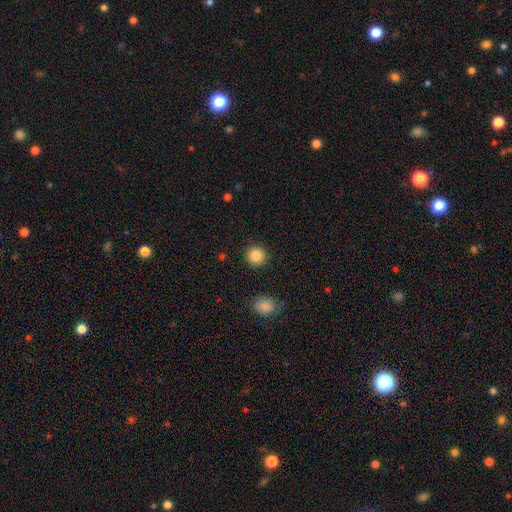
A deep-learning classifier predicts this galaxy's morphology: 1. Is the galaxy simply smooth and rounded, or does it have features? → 87% smooth, 9% star or artifact, 4% featured or disk.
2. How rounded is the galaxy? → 92% round, 7% in between, 1% cigar-shaped.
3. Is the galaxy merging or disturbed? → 91% none, 6% minor disturbance, 2% major disturbance, 2% merger.